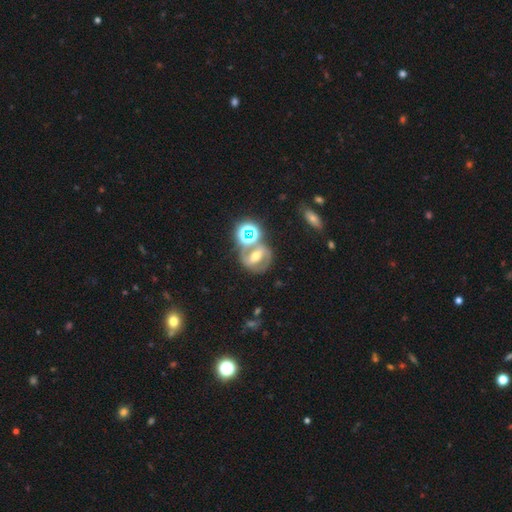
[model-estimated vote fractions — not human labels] A featured or disk galaxy (60%) with a strong bar (54%), spiral arms (69%) and a moderate central bulge (66%). Merging: none (62%).